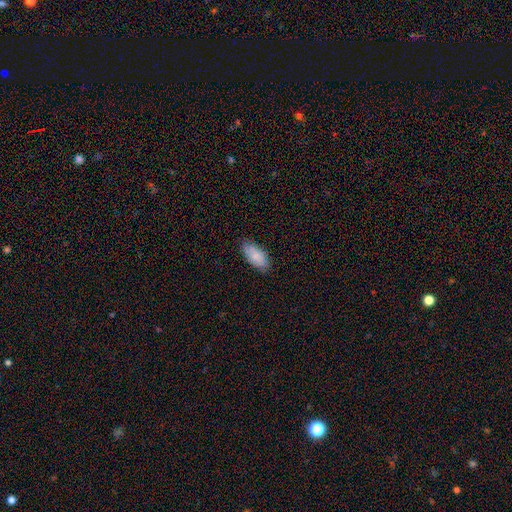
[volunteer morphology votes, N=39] Smooth or featured: smooth — 79% (featured or disk — 13%)
How rounded: in between — 94% (cigar-shaped — 6%)
Merging: none — 81% (minor disturbance — 19%)